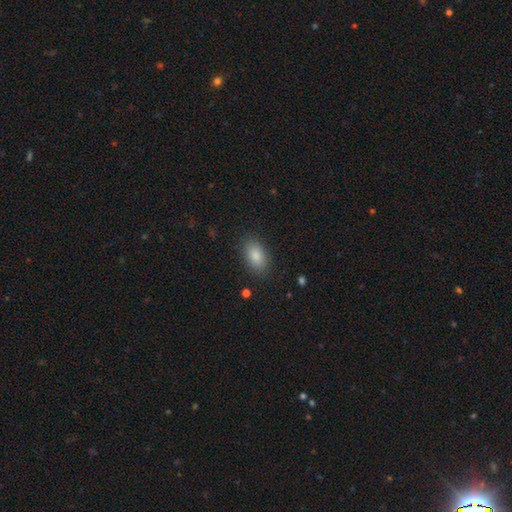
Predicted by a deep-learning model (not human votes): This appears to be a smooth galaxy with no disk features (86%) that is in between round and cigar-shaped (90%). Merging: none (85%).